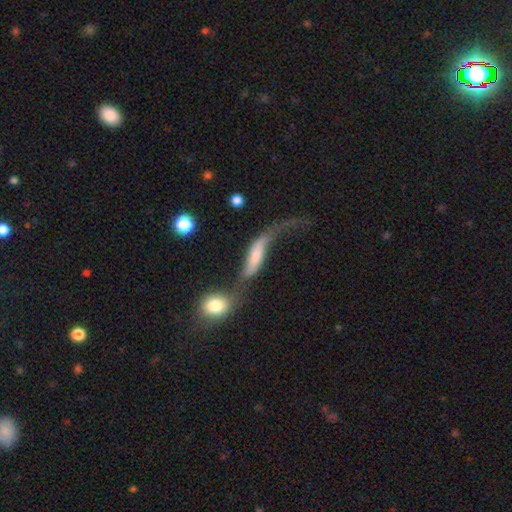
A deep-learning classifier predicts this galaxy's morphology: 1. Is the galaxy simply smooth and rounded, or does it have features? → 56% featured or disk, 36% smooth, 8% star or artifact.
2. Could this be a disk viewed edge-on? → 74% no, 26% yes.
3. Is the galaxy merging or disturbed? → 43% merger, 28% major disturbance, 17% none, 12% minor disturbance.